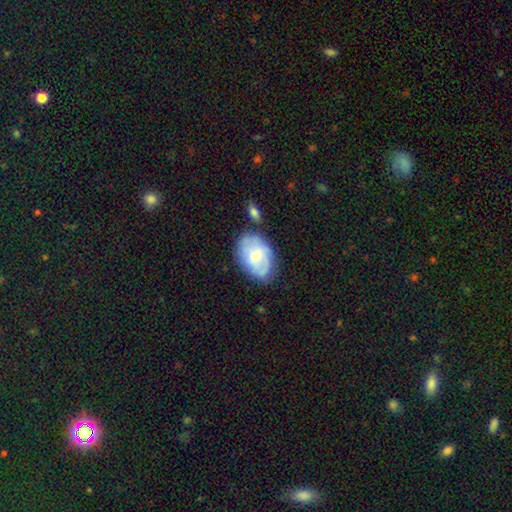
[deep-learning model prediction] smooth-or-featured: smooth: 49% | featured or disk: 45% | star or artifact: 7%
  merging: none: 62% | minor disturbance: 24% | merger: 8% | major disturbance: 6%